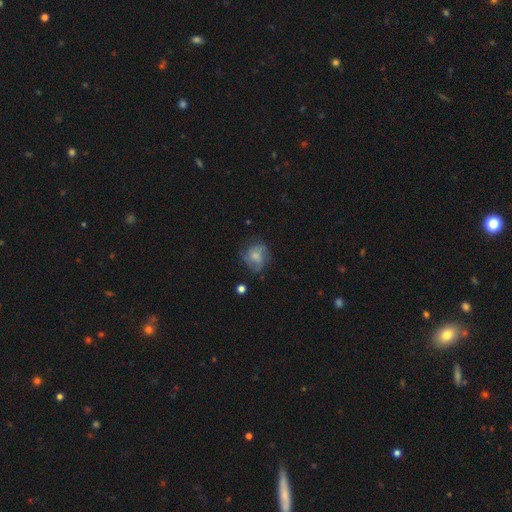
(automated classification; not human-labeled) Smooth or featured? Predicted: featured or disk (p=0.47). Merging? Predicted: none (p=0.62).